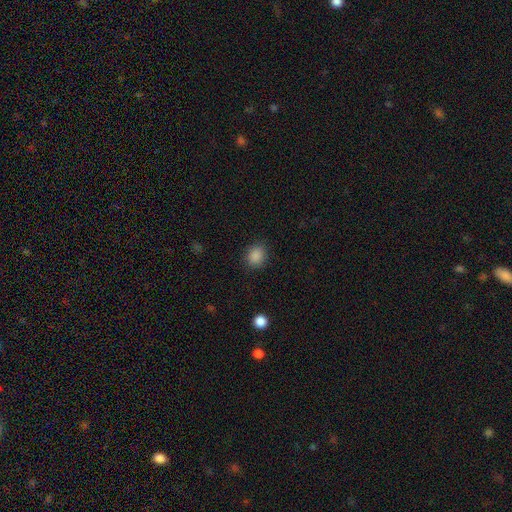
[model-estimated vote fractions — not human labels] Smooth or featured? Predicted: smooth (p=0.87). How rounded? Predicted: round (p=0.71). Merging? Predicted: none (p=0.87).